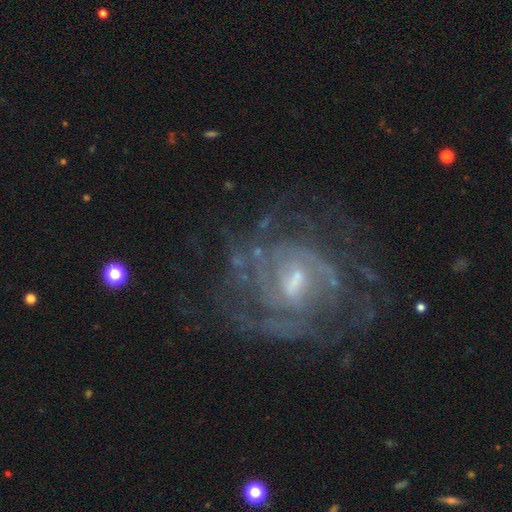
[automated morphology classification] Smooth or featured? featured or disk (85%)
Edge-on disk? no (97%)
Bar? weak (57%)
Spiral arms? yes (89%)
Spiral winding? tight (58%)
Spiral arm count? can't tell (47%)
Bulge size? small (49%)
Merging? none (65%)